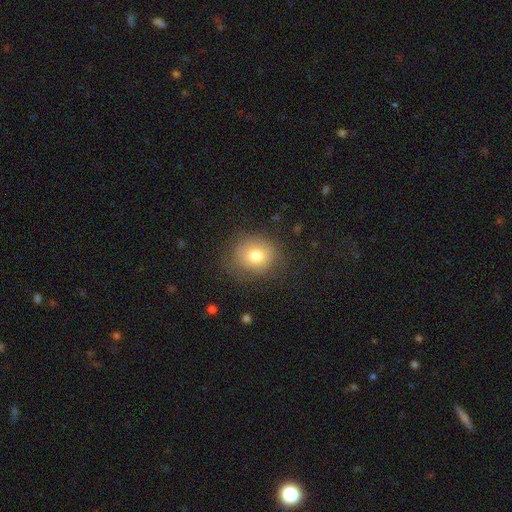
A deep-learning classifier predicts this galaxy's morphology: Smooth or featured?
  - smooth: 77% *
  - featured or disk: 12%
  - star or artifact: 11%
How rounded?
  - round: 72% *
  - in between: 27%
  - cigar-shaped: 1%
Merging?
  - none: 77% *
  - minor disturbance: 16%
  - major disturbance: 6%
  - merger: 1%